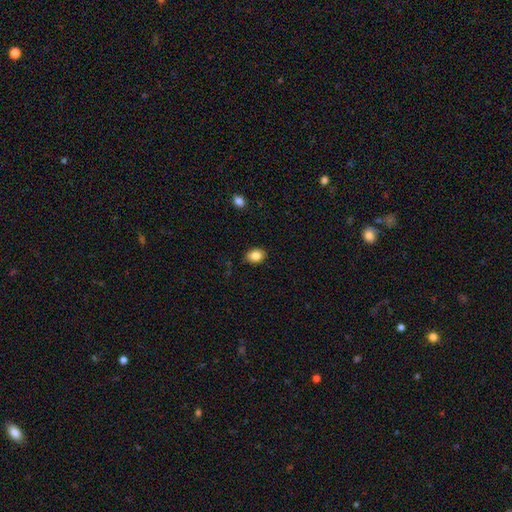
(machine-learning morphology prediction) smooth-or-featured: smooth: 85% | star or artifact: 9% | featured or disk: 6%
  how-rounded: in between: 64% | round: 35% | cigar-shaped: 1%
  merging: none: 87% | minor disturbance: 10% | major disturbance: 2% | merger: 1%